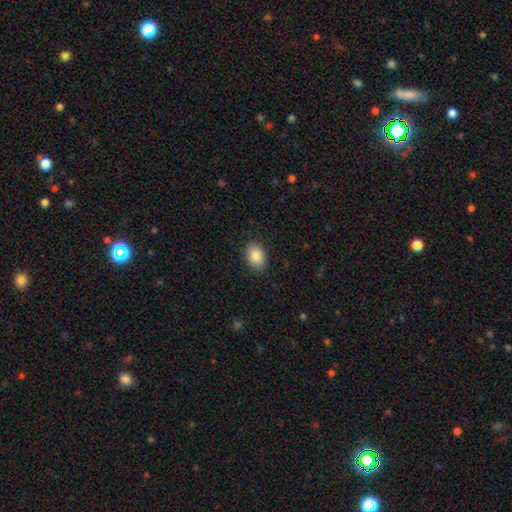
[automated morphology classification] smooth-or-featured: smooth: 88% | star or artifact: 7% | featured or disk: 6%
  how-rounded: in between: 82% | round: 17% | cigar-shaped: 1%
  merging: none: 88% | minor disturbance: 9% | major disturbance: 2% | merger: 1%